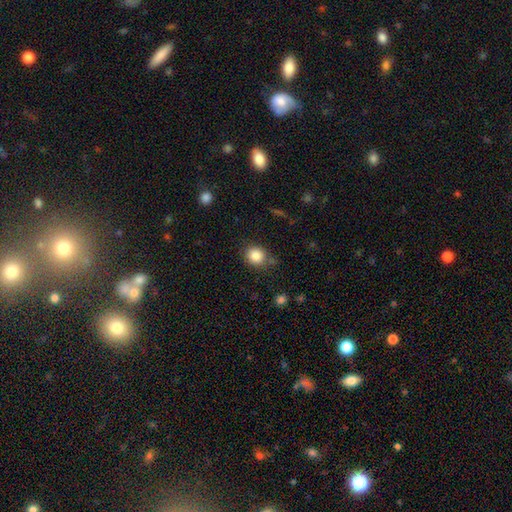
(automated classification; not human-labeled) A smooth galaxy with no disk features (85%) that is round (81%). Merging: none (73%).